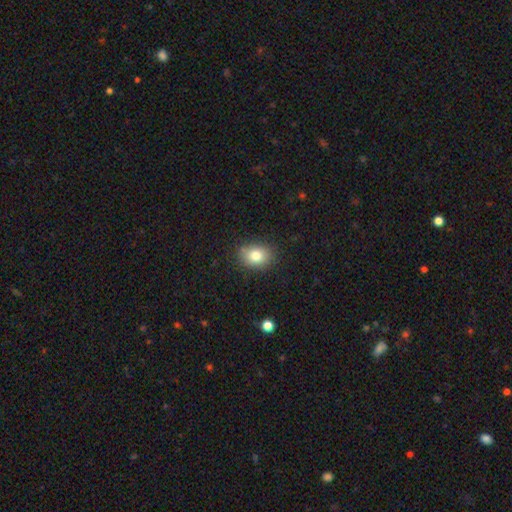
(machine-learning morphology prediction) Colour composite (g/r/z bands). It shows a smooth galaxy with no disk features (80%) that is in between round and cigar-shaped (56%). Merging: none (84%).